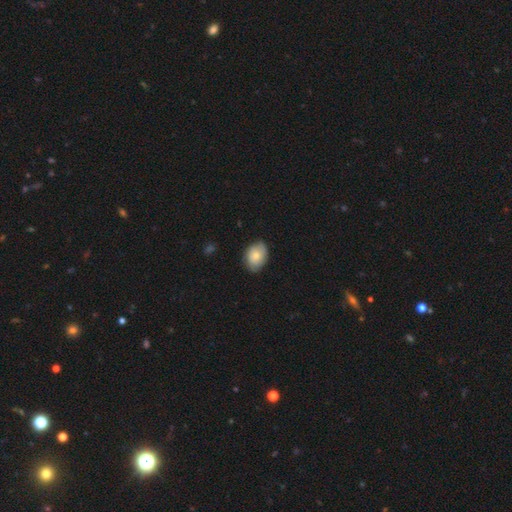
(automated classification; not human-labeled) Smooth or featured? smooth (76%)
How rounded? in between (73%)
Merging? none (77%)